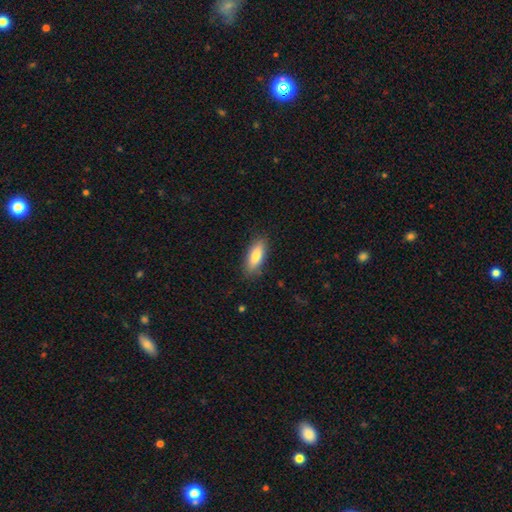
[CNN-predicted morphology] A smooth galaxy with no disk features (81%) that is in between round and cigar-shaped (67%). Merging: none (85%).